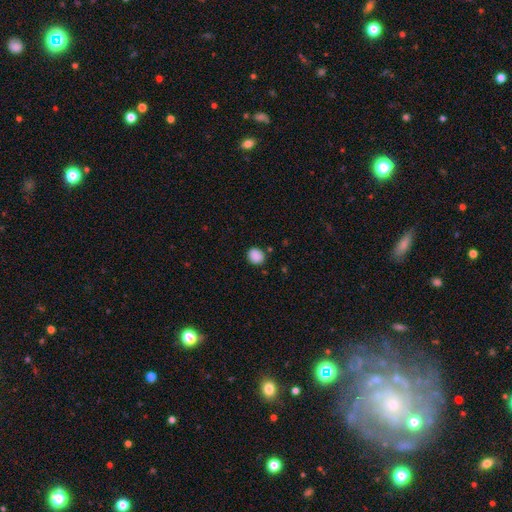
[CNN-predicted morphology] smooth 88%, star or artifact 9%, featured or disk 3%. Down the decision tree: how rounded — round (73%); merging — none (84%).